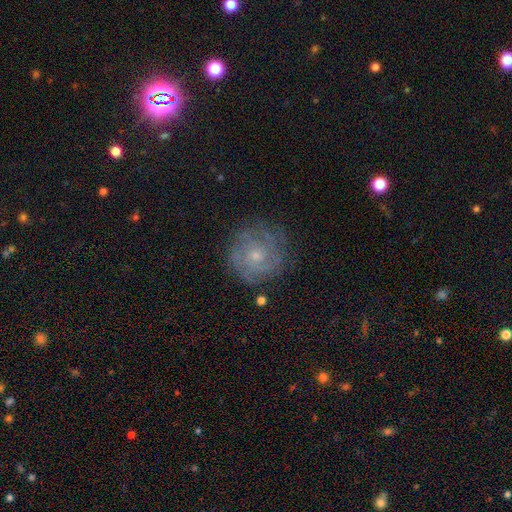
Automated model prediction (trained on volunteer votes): This is likely a featured or disk galaxy (65%). It is clearly not viewed edge-on (97%). Bar: likely no (79%). Spiral arm pattern: clearly yes (85%). Spiral arm count: possibly can't tell (47%). Spiral winding: likely tight (69%). Central bulge: possibly small (58%). Merging: clearly none (80%).